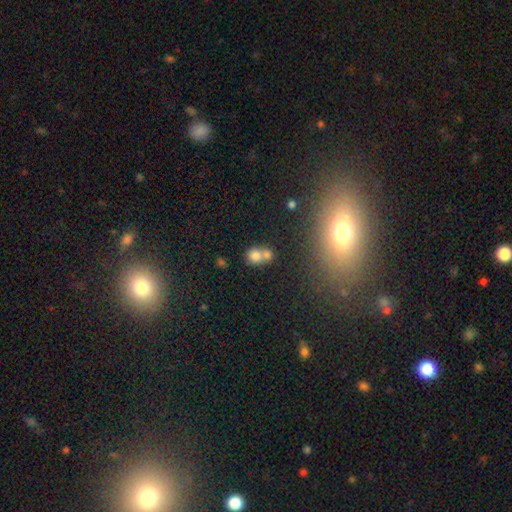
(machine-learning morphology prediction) Smooth or featured? smooth (76%)
How rounded? round (66%)
Merging? merger (58%)